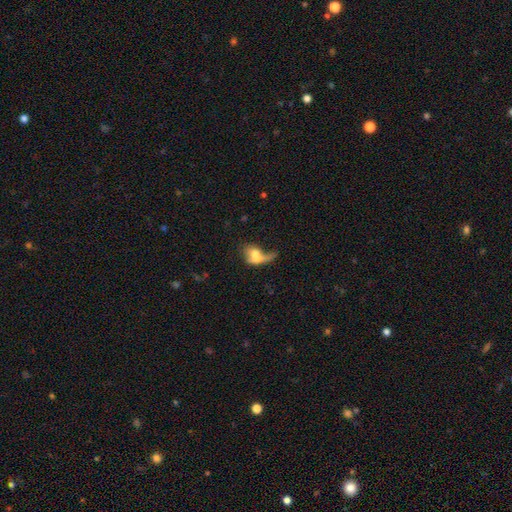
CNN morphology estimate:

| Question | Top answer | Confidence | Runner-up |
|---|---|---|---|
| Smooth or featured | smooth | 56% | featured or disk (34%) |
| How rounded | in between | 64% | round (26%) |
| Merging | merger | 42% | major disturbance (29%) |